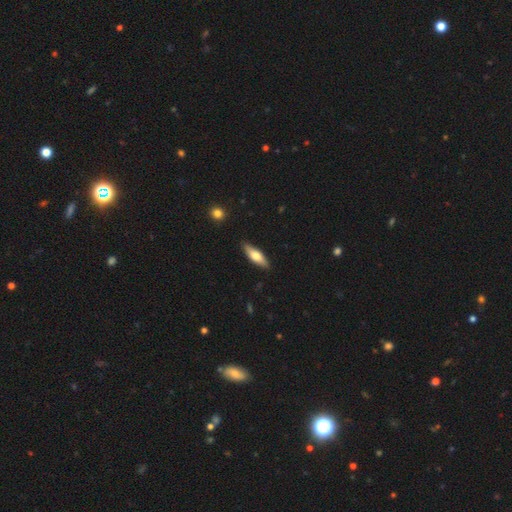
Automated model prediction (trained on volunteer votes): Smooth or featured: smooth — 63% (featured or disk — 31%)
How rounded: cigar-shaped — 51% (in between — 47%)
Merging: none — 88% (minor disturbance — 9%)